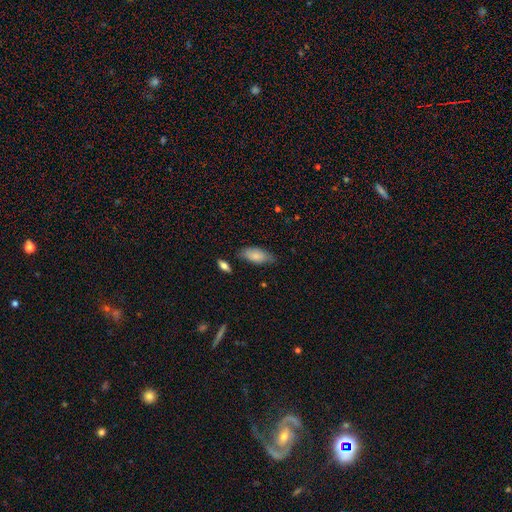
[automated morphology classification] Q: Smooth or featured?
A: smooth (82%); runner-up: featured or disk (11%)
Q: How rounded?
A: in between (86%); runner-up: cigar-shaped (12%)
Q: Merging?
A: none (68%); runner-up: minor disturbance (24%)